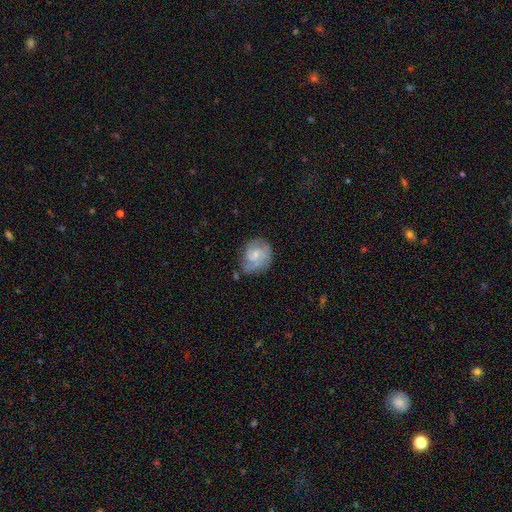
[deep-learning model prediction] The model was most divided on "spiral winding": tight: 44%, medium: 42%, loose: 14%. Remaining: edge-on disk — no (98%); spiral arms — yes (88%); smooth or featured — featured or disk (64%); merging — none (60%); bulge size — small (59%); bar — no (55%); spiral arm count — 2 (45%).